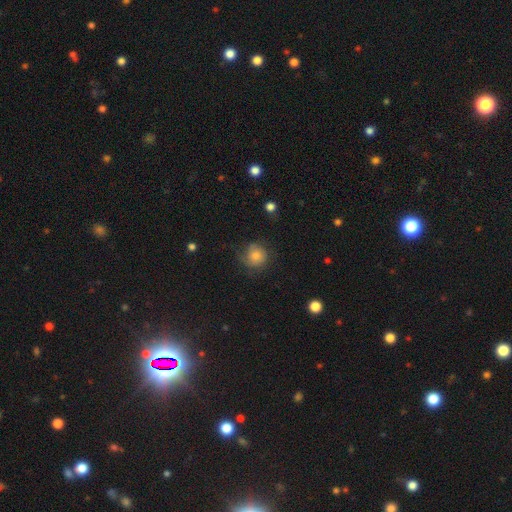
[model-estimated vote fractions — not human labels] Smooth or featured?
  - smooth: 60% *
  - featured or disk: 30%
  - star or artifact: 10%
How rounded?
  - round: 87% *
  - in between: 12%
  - cigar-shaped: 1%
Merging?
  - none: 62% *
  - minor disturbance: 23%
  - major disturbance: 14%
  - merger: 1%